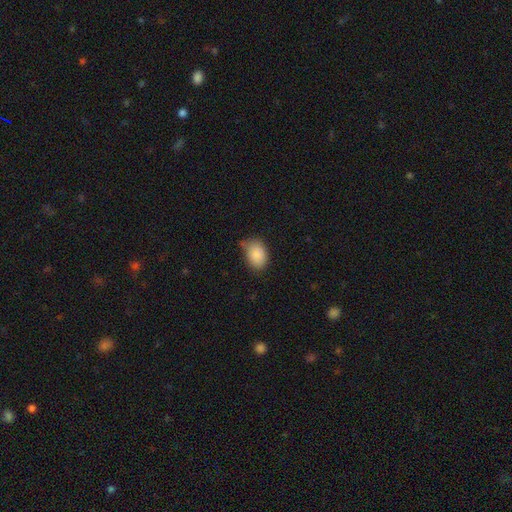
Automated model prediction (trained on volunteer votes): smooth-or-featured: smooth: 87% | star or artifact: 7% | featured or disk: 5%
  how-rounded: in between: 80% | round: 19% | cigar-shaped: 1%
  merging: none: 65% | minor disturbance: 27% | major disturbance: 5% | merger: 3%